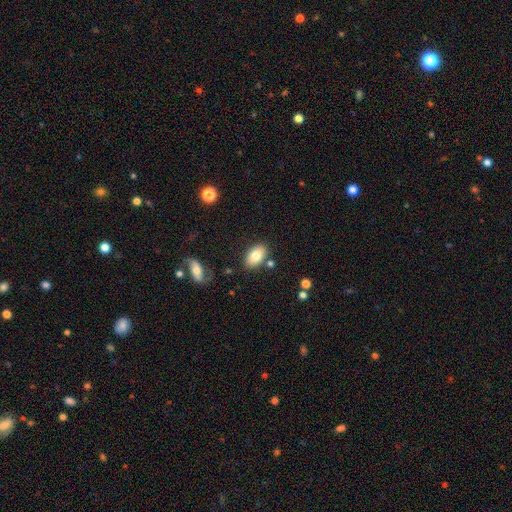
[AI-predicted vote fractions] Overall: smooth (80%). How rounded: in between (92%). Merging: none (80%).